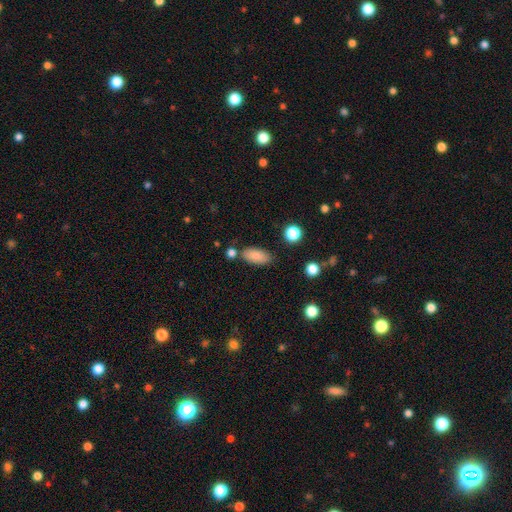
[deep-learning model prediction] A smooth galaxy with no disk features (85%) that is in between round and cigar-shaped (90%). Merging: none (75%).